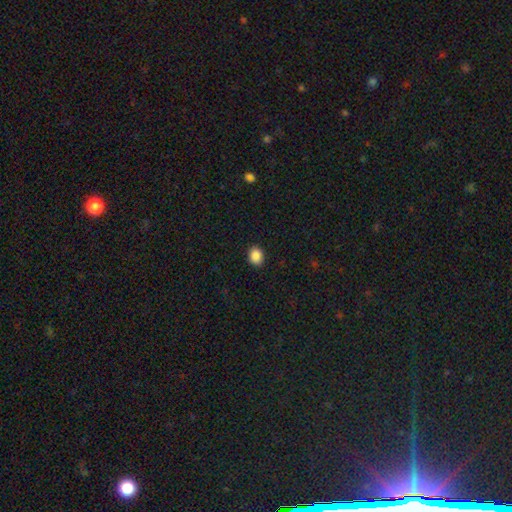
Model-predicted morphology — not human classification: smooth 88%, star or artifact 9%, featured or disk 3%. Down the decision tree: how rounded — round (53%); merging — none (91%).